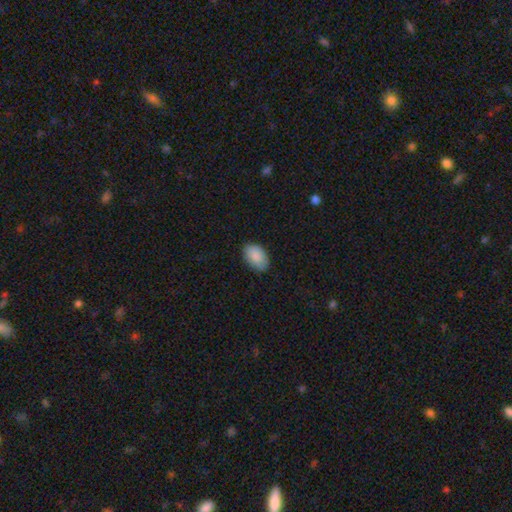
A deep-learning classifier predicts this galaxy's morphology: A smooth galaxy with no disk features (86%) that is in between round and cigar-shaped (90%). Merging: none (82%).